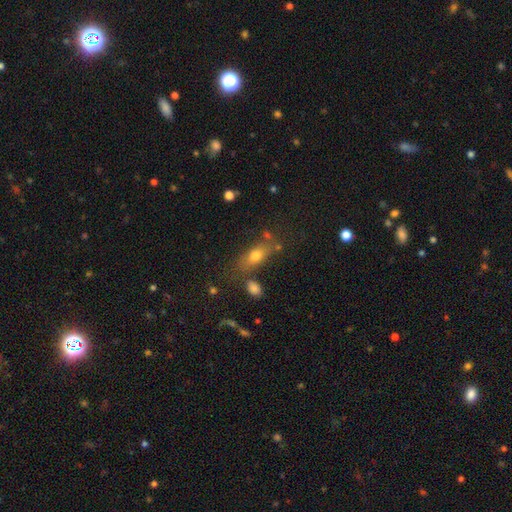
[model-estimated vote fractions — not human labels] Smooth or featured: smooth — 68% (featured or disk — 18%)
How rounded: in between — 69% (cigar-shaped — 21%)
Merging: none — 66% (minor disturbance — 16%)